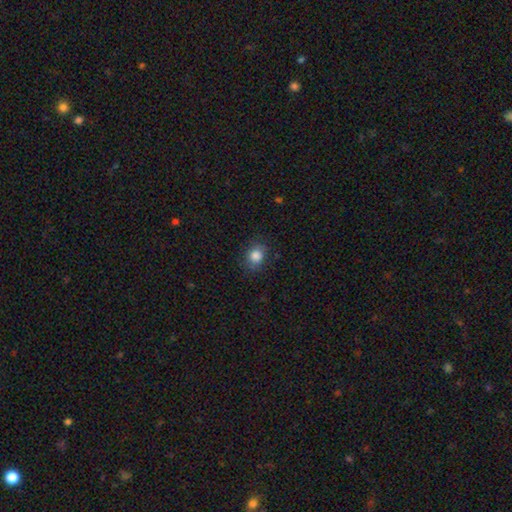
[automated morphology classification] Q: Smooth or featured?
A: smooth (85%); runner-up: star or artifact (9%)
Q: How rounded?
A: round (59%); runner-up: in between (40%)
Q: Merging?
A: none (80%); runner-up: minor disturbance (15%)